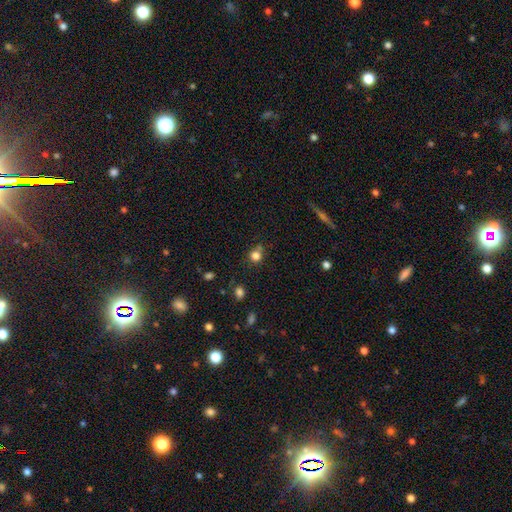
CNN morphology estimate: smooth 78%, star or artifact 15%, featured or disk 7%. Down the decision tree: how rounded — round (85%); merging — none (65%).